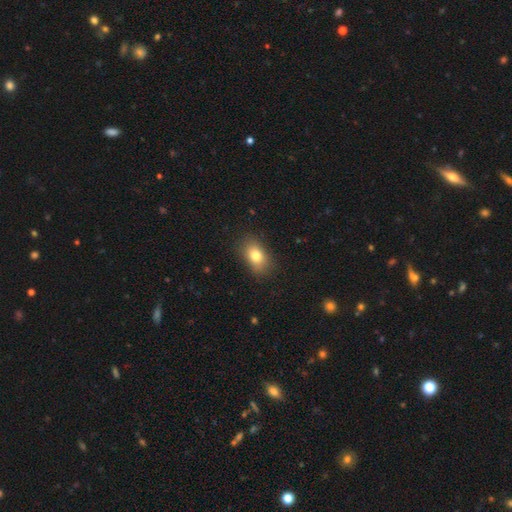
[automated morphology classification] smooth-or-featured: smooth: 78% | featured or disk: 12% | star or artifact: 10%
  how-rounded: in between: 79% | round: 19% | cigar-shaped: 2%
  merging: none: 83% | minor disturbance: 12% | major disturbance: 4% | merger: 1%